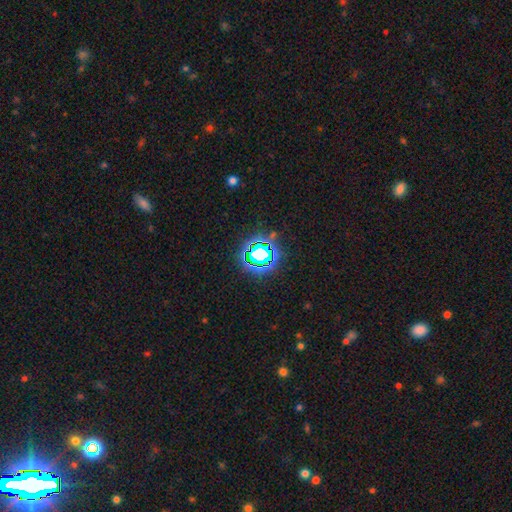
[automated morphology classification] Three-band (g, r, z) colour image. It shows a star or artifact, not a galaxy (67%).